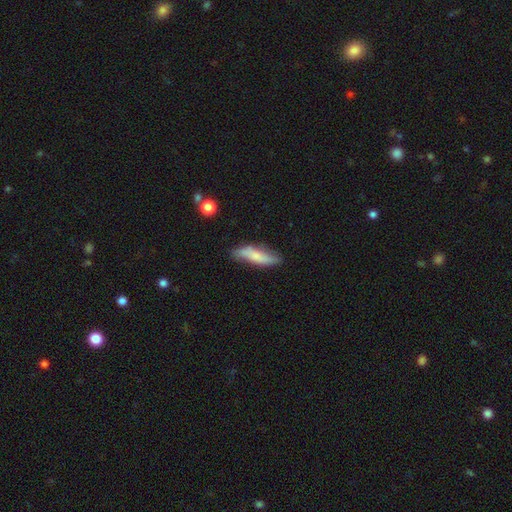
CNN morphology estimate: This appears to be a smooth galaxy with no disk features (67%) that is cigar-shaped (67%). Merging: none (67%).